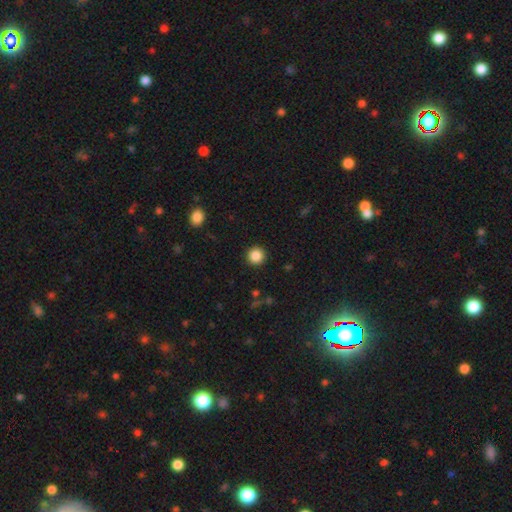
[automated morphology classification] Overall: smooth (86%). How rounded: round (96%). Merging: none (93%).